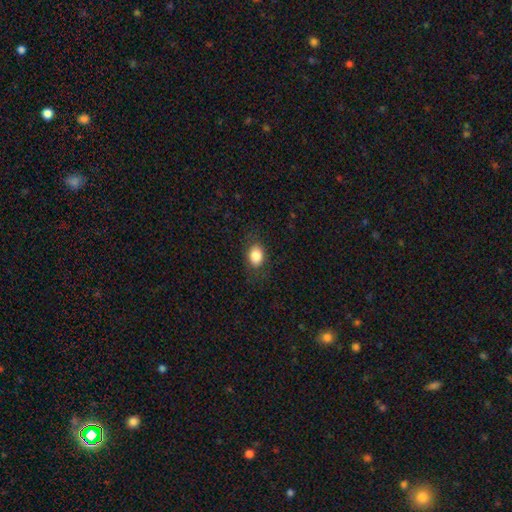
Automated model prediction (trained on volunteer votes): Overall: smooth (85%). How rounded: in between (70%). Merging: none (82%).